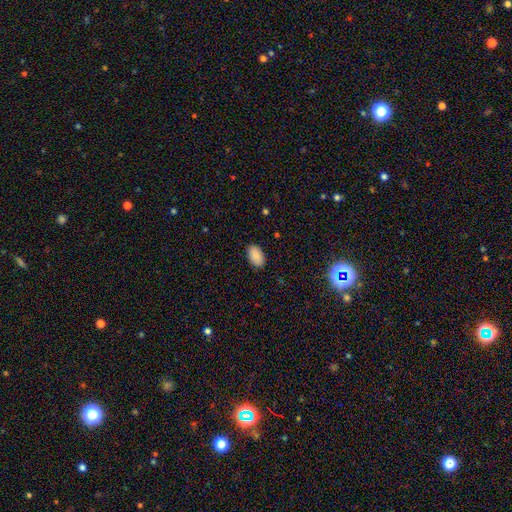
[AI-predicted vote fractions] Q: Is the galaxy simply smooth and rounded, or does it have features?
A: smooth — 89%.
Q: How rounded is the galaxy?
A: in between — 93%.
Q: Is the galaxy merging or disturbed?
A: none — 88%.